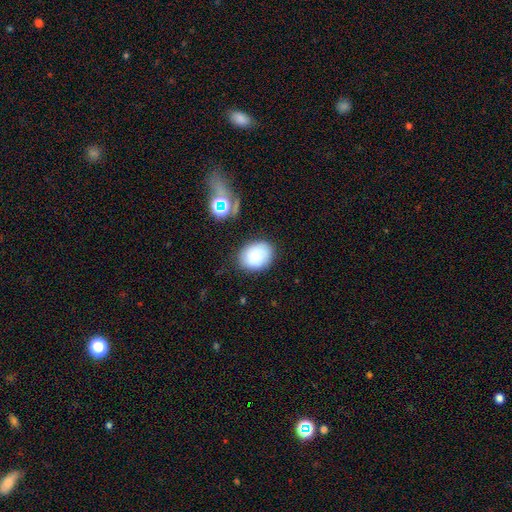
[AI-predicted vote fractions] Smooth or featured: smooth — 80% (featured or disk — 10%)
How rounded: in between — 60% (round — 39%)
Merging: none — 80% (minor disturbance — 14%)